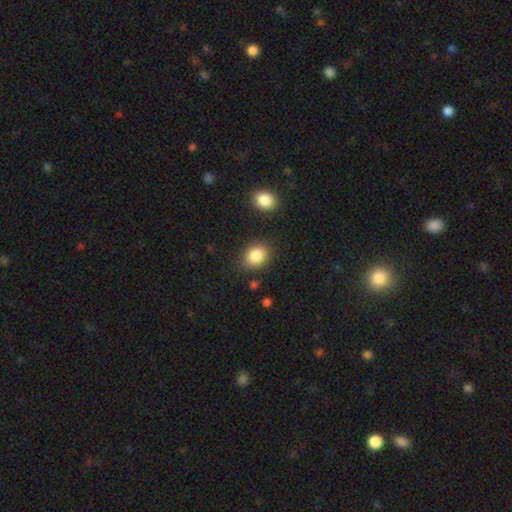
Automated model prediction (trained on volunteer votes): Morphology: type=smooth (86%); roundness=in between (51%); merging=none (80%).